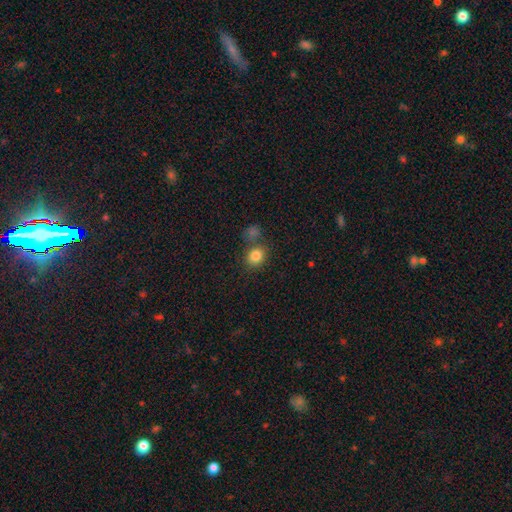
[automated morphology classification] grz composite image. It shows a smooth galaxy with no disk features (83%) that is round (69%). Merging: none (64%).